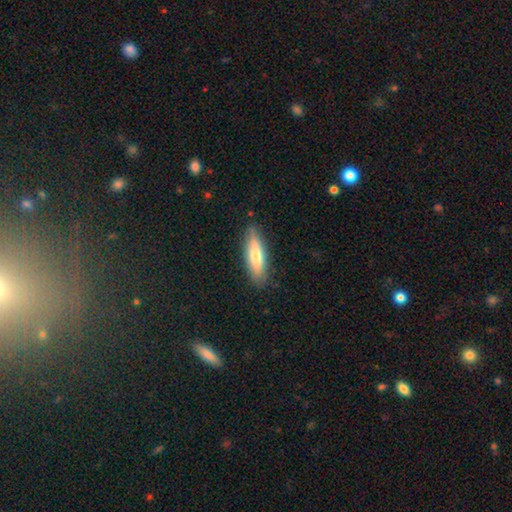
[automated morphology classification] Smooth or featured? Predicted: smooth (p=0.69). How rounded? Predicted: cigar-shaped (p=0.61). Merging? Predicted: none (p=0.85).